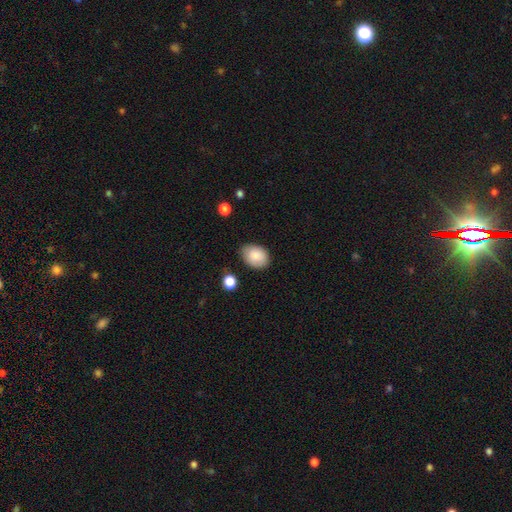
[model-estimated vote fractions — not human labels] This appears to be a smooth galaxy with no disk features (86%) that is in between round and cigar-shaped (75%). Merging: none (76%).